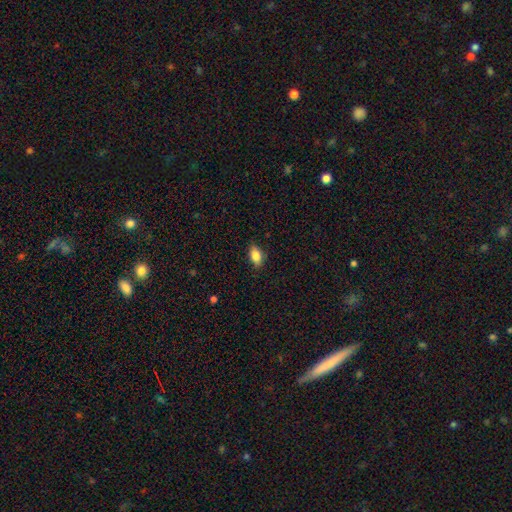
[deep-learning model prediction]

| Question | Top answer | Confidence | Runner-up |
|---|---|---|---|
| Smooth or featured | smooth | 86% | star or artifact (8%) |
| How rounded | in between | 90% | round (6%) |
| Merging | none | 86% | minor disturbance (11%) |